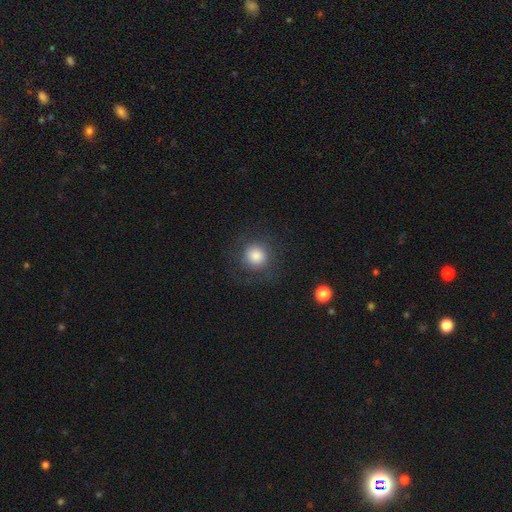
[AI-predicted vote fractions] smooth 79%, star or artifact 11%, featured or disk 10%. Down the decision tree: how rounded — round (93%); merging — none (78%).